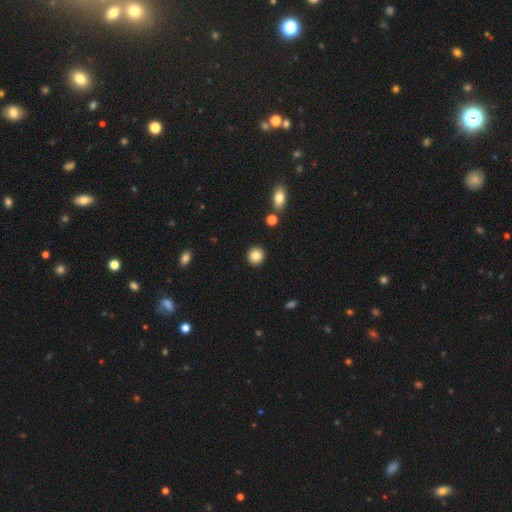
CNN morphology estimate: Smooth or featured? smooth (86%)
How rounded? round (90%)
Merging? none (92%)